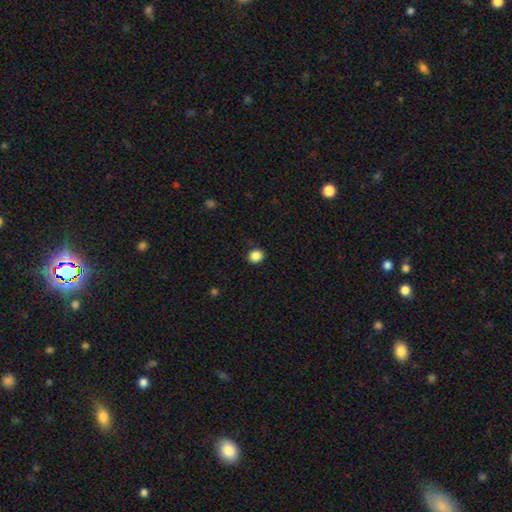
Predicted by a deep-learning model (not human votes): Smooth or featured? Predicted: smooth (p=0.87). How rounded? Predicted: round (p=0.78). Merging? Predicted: none (p=0.90).